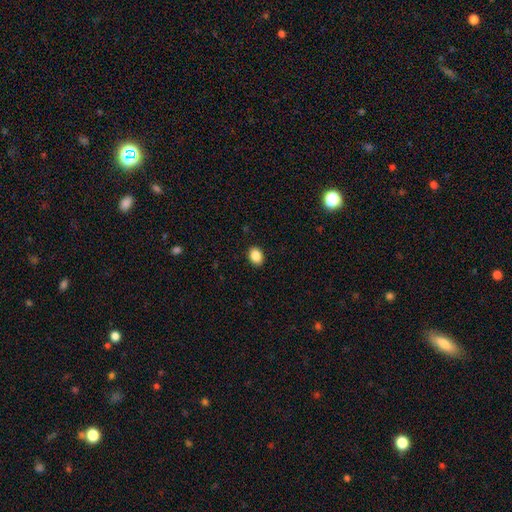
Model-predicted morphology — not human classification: Smooth or featured: smooth — 87% (star or artifact — 9%)
How rounded: in between — 64% (round — 35%)
Merging: none — 91% (minor disturbance — 7%)